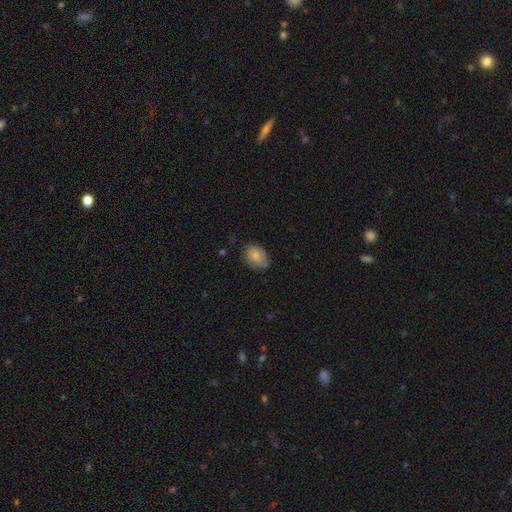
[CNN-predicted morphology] This appears to be a smooth galaxy with no disk features (80%) that is in between round and cigar-shaped (67%). Merging: none (67%).